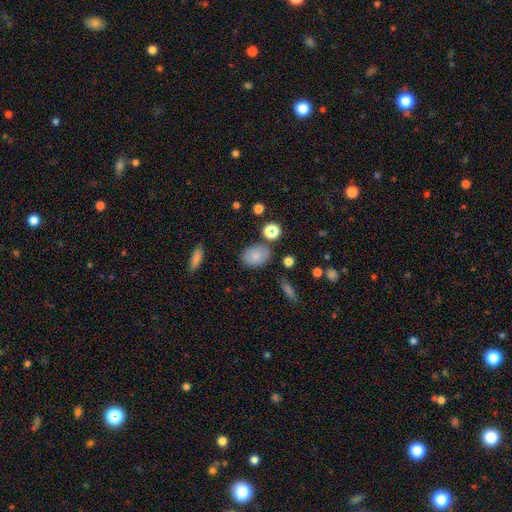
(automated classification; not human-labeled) smooth-or-featured: smooth: 81% | star or artifact: 10% | featured or disk: 9%
  how-rounded: in between: 74% | round: 24% | cigar-shaped: 1%
  merging: none: 78% | minor disturbance: 14% | merger: 5% | major disturbance: 4%